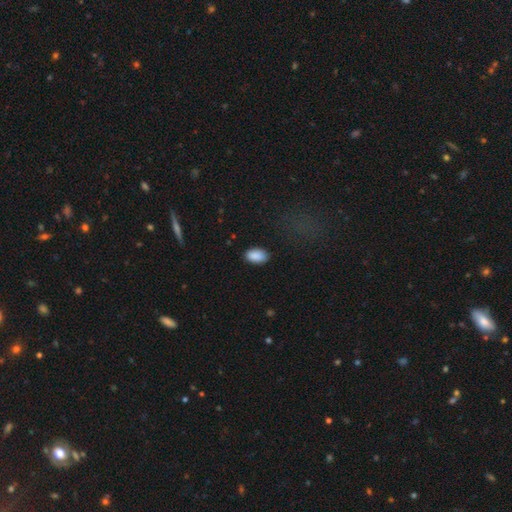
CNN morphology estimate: type=smooth (90%); roundness=in between (93%); merging=none (85%).